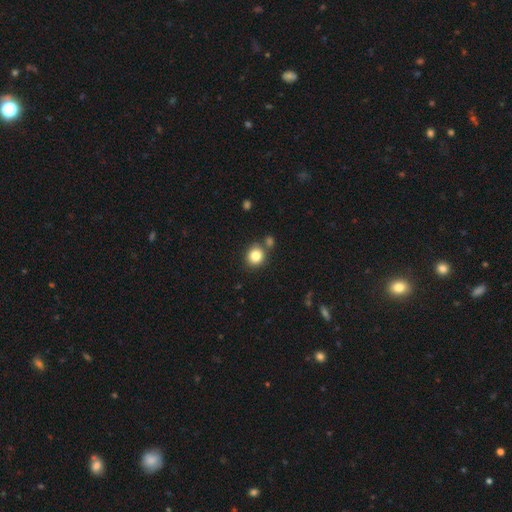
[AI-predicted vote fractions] smooth-or-featured: smooth: 82% | star or artifact: 11% | featured or disk: 7%
  how-rounded: round: 82% | in between: 17% | cigar-shaped: 1%
  merging: none: 74% | merger: 14% | minor disturbance: 9% | major disturbance: 3%